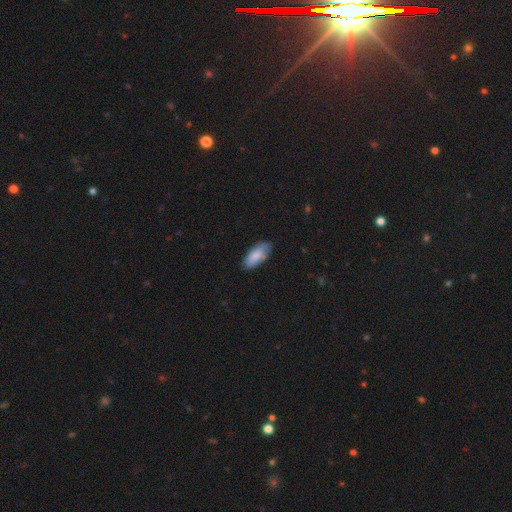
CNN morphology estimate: Smooth or featured?
  - smooth: 80% *
  - featured or disk: 14%
  - star or artifact: 6%
How rounded?
  - in between: 85% *
  - cigar-shaped: 13%
  - round: 2%
Merging?
  - none: 76% *
  - minor disturbance: 19%
  - major disturbance: 3%
  - merger: 2%